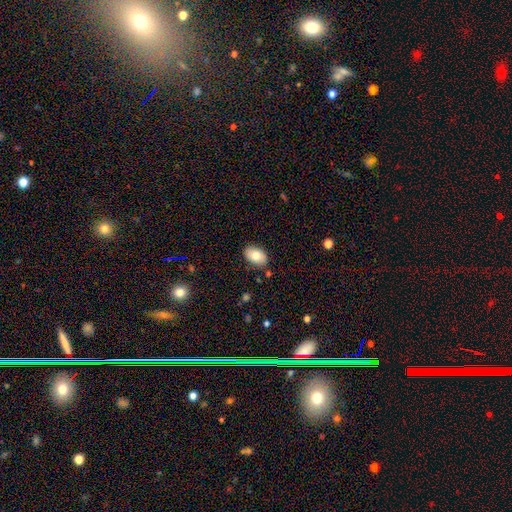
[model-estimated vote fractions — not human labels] Smooth or featured? Predicted: smooth (p=0.77). How rounded? Predicted: in between (p=0.89). Merging? Predicted: none (p=0.84).